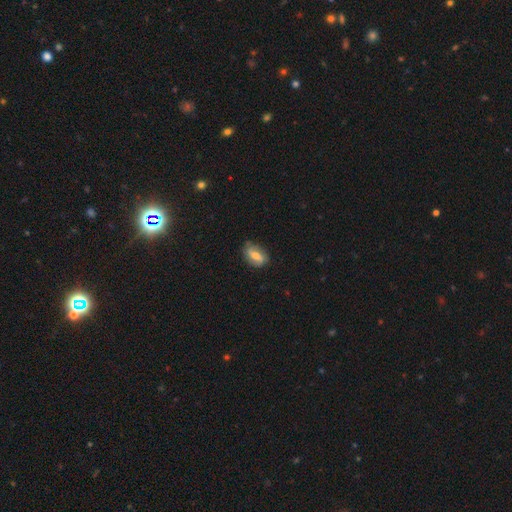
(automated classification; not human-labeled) smooth-or-featured: smooth: 49% | featured or disk: 43% | star or artifact: 8%
  merging: none: 71% | minor disturbance: 23% | major disturbance: 5% | merger: 1%